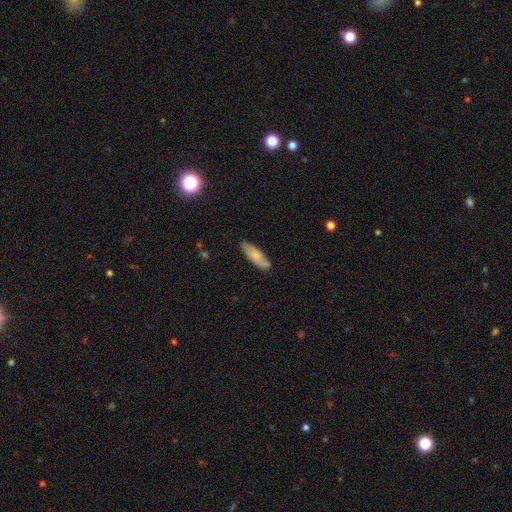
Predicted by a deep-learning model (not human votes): Q: Smooth or featured?
A: smooth (70%); runner-up: featured or disk (24%)
Q: How rounded?
A: in between (55%); runner-up: cigar-shaped (43%)
Q: Merging?
A: none (77%); runner-up: minor disturbance (18%)